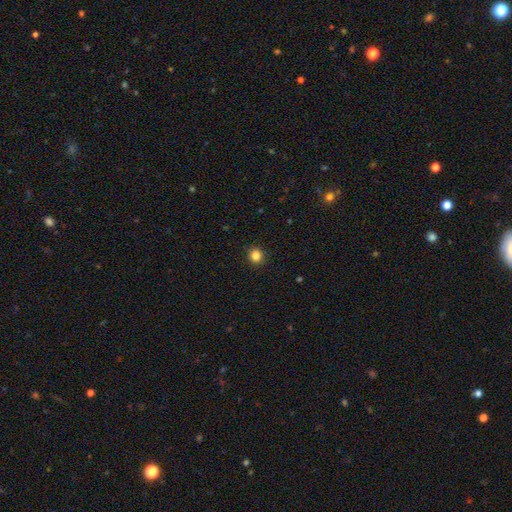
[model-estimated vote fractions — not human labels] Smooth or featured? Predicted: smooth (p=0.84). How rounded? Predicted: round (p=0.85). Merging? Predicted: none (p=0.92).